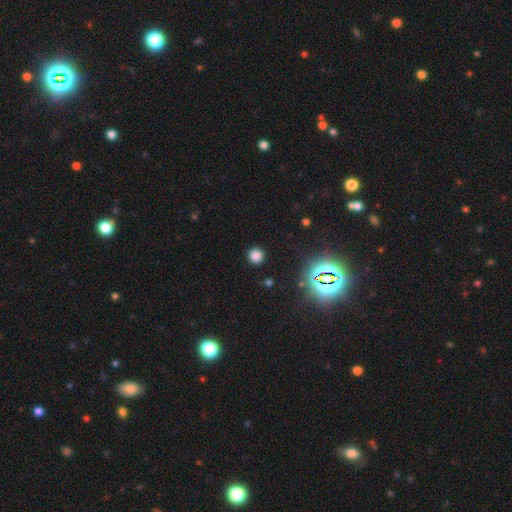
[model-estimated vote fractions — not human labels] smooth_or_featured: smooth (p=0.76) [alt: star or artifact p=0.19]
how_rounded: round (p=0.94) [alt: in between p=0.05]
merging: none (p=0.91) [alt: minor disturbance p=0.05]